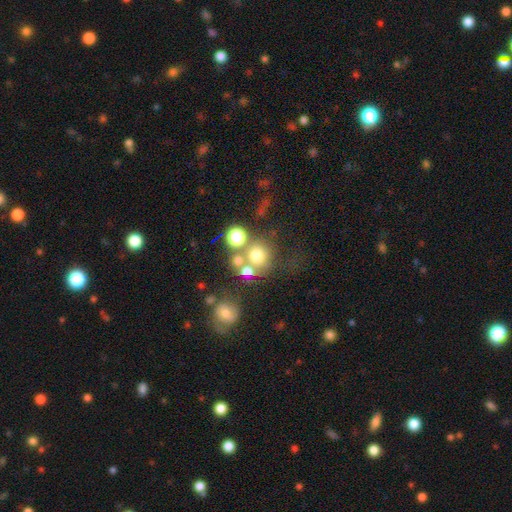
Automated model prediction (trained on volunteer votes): A smooth galaxy with no disk features (64%) that is round (82%). Merging: none (43%).